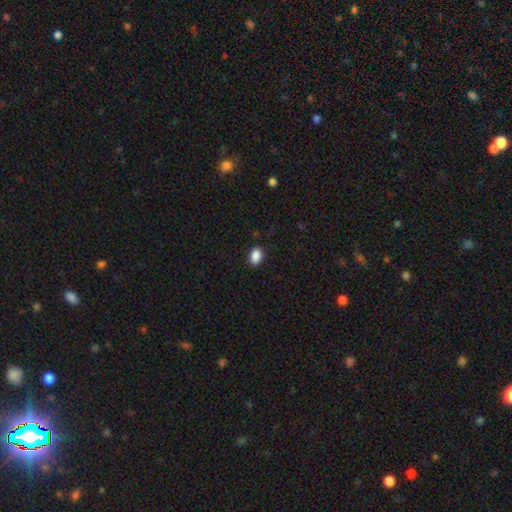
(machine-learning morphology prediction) Q: Smooth or featured?
A: smooth (89%); runner-up: star or artifact (8%)
Q: How rounded?
A: in between (85%); runner-up: round (13%)
Q: Merging?
A: none (88%); runner-up: minor disturbance (9%)